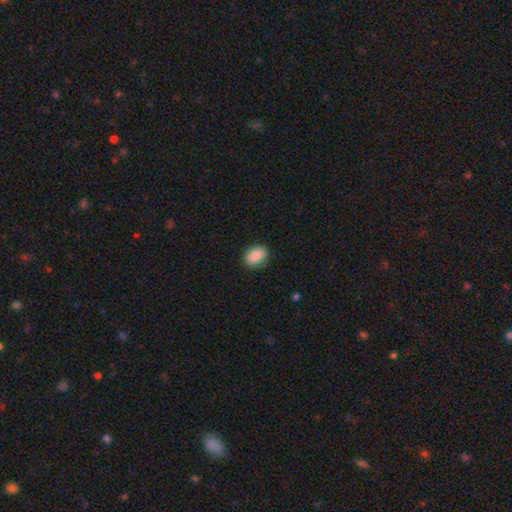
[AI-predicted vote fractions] Smooth or featured: smooth — 85% (star or artifact — 7%)
How rounded: in between — 72% (round — 26%)
Merging: none — 86% (minor disturbance — 11%)